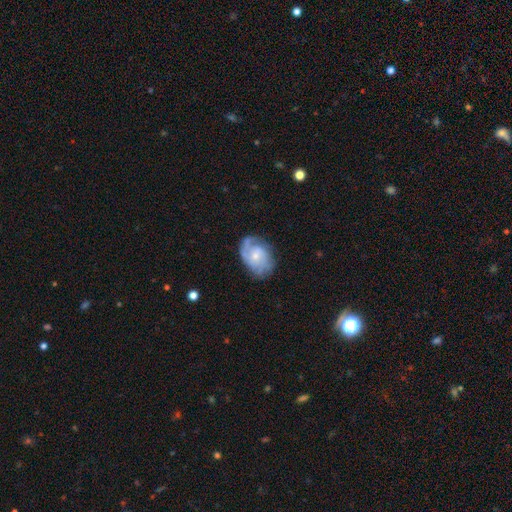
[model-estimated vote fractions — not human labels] The model was most divided on "spiral winding": medium: 41%, tight: 40%, loose: 19%. Remaining: edge-on disk — no (97%); spiral arms — yes (89%); smooth or featured — featured or disk (70%); merging — none (64%); bar — no (63%); bulge size — small (62%); spiral arm count — 2 (41%).